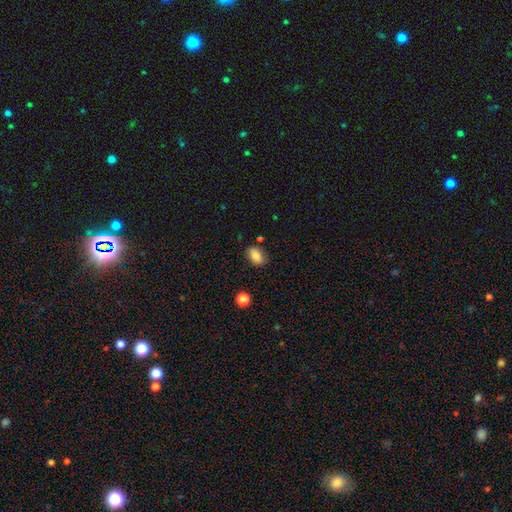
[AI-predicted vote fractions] A smooth galaxy with no disk features (86%) that is in between round and cigar-shaped (84%).

Vote fractions:
- Smooth or featured? smooth: 86% / star or artifact: 9% / featured or disk: 5%
- How rounded? in between: 84% / round: 14% / cigar-shaped: 2%
- Merging? none: 80% / minor disturbance: 14% / major disturbance: 3% / merger: 3%